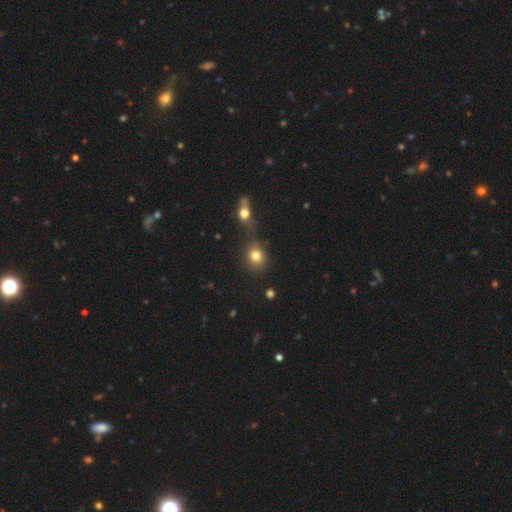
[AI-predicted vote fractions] Overall: smooth (78%). How rounded: round (74%). Merging: none (60%; merger 24%).